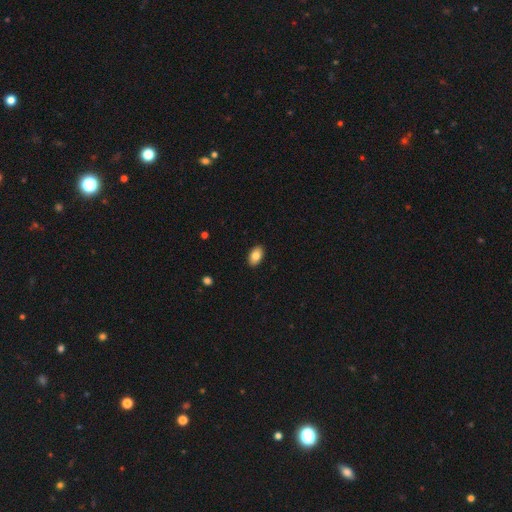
Smooth or featured? smooth (85%)
How rounded? in between (94%)
Merging? none (89%)